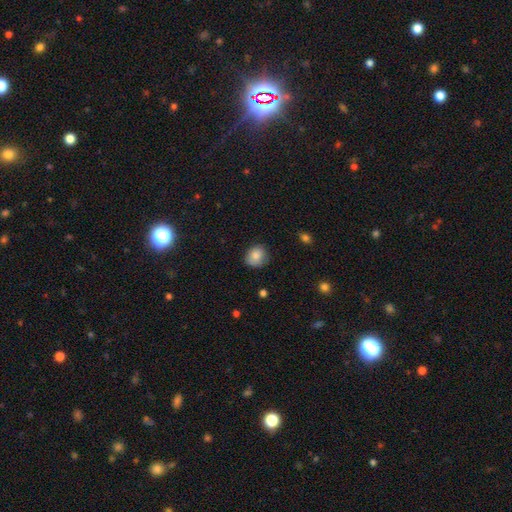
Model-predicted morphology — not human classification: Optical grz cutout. It shows a smooth galaxy with no disk features (83%) that is round (70%). Merging: none (73%).